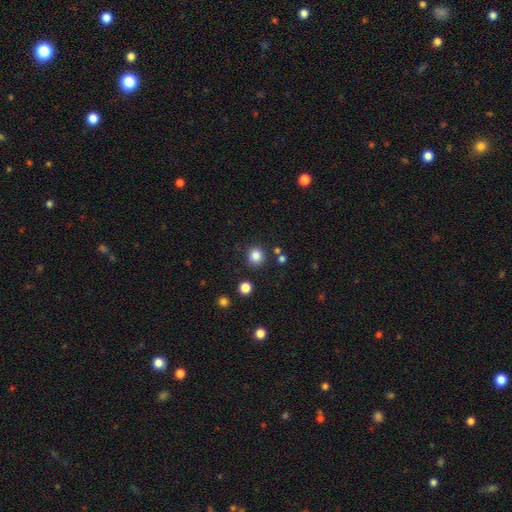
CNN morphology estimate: type=smooth (84%); roundness=round (91%); merging=none (86%).